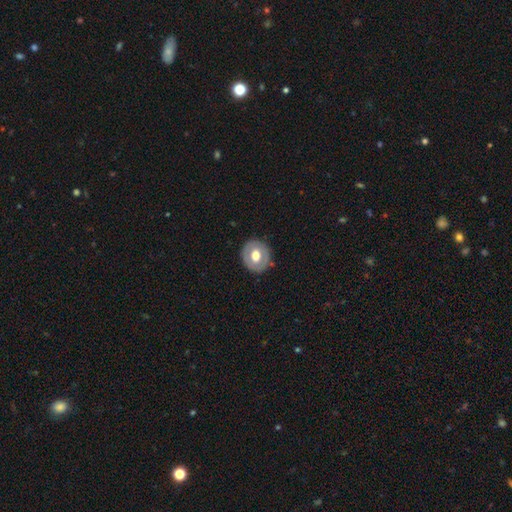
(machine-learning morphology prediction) Overall: smooth (54%; featured or disk 40%). How rounded: round (77%). Merging: none (85%).